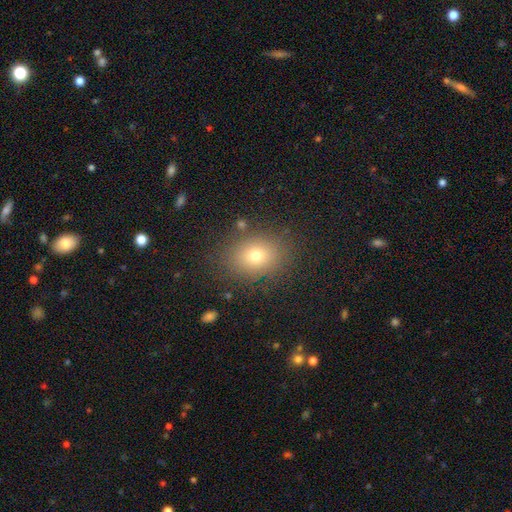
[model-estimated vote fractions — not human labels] This appears to be a smooth galaxy with no disk features (74%) that is in between round and cigar-shaped (58%). Merging: none (85%).